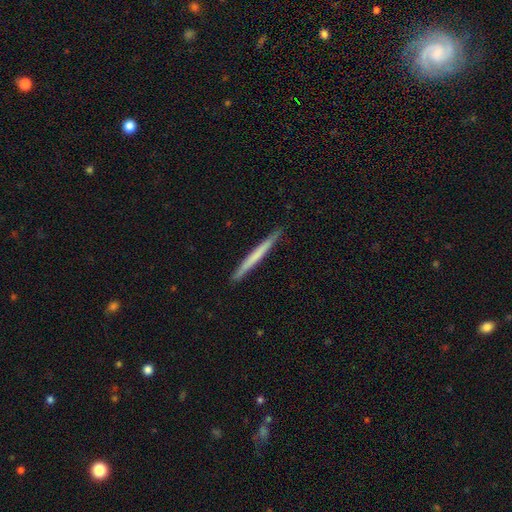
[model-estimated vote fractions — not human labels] Morphology: type=smooth (57%); roundness=cigar-shaped (97%); merging=none (91%).